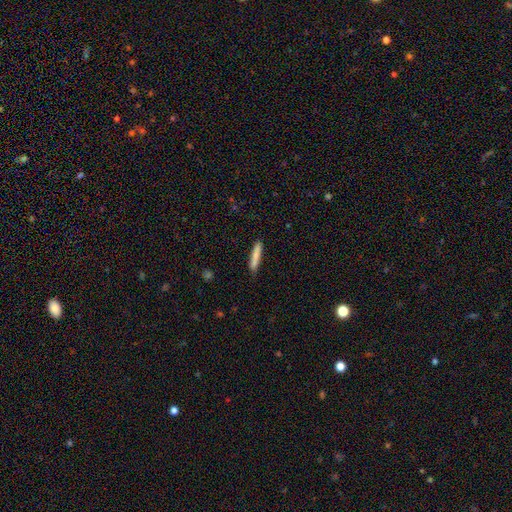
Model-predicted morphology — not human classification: Q: Smooth or featured?
A: smooth (80%); runner-up: featured or disk (14%)
Q: How rounded?
A: cigar-shaped (92%); runner-up: in between (7%)
Q: Merging?
A: none (85%); runner-up: minor disturbance (11%)